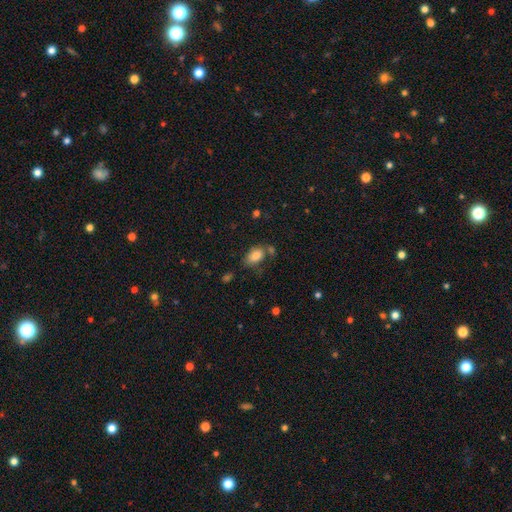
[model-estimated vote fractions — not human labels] Smooth or featured?
  - smooth: 83% *
  - star or artifact: 9%
  - featured or disk: 8%
How rounded?
  - in between: 90% *
  - round: 8%
  - cigar-shaped: 2%
Merging?
  - none: 59% *
  - minor disturbance: 20%
  - merger: 13%
  - major disturbance: 7%